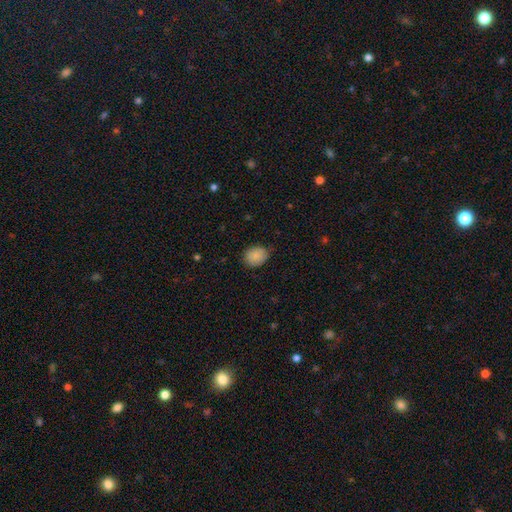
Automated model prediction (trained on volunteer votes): Smooth or featured? Predicted: smooth (p=0.86). How rounded? Predicted: round (p=0.53). Merging? Predicted: none (p=0.73).